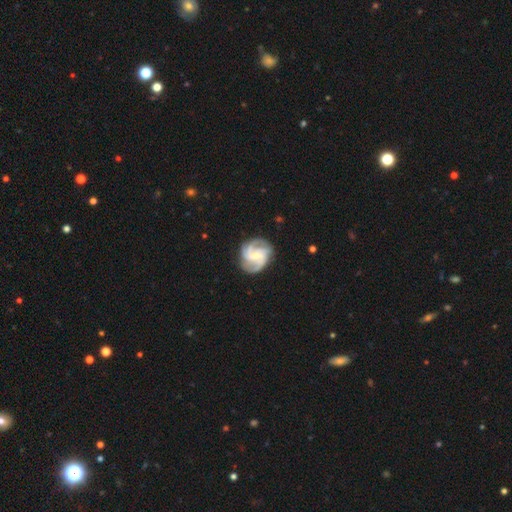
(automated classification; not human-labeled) smooth-or-featured: featured or disk: 86% | smooth: 9% | star or artifact: 5%
  disk-edge-on: no: 98% | yes: 2%
    bar: weak: 49% | no: 29% | strong: 22%
    has-spiral-arms: yes: 97% | no: 3%
      spiral-winding: medium: 47% | tight: 40% | loose: 13%
      spiral-arm-count: 3: 52% | 2: 21% | 4: 10% | can't tell: 9% | 1: 4% | more than 4: 4%
    bulge-size: small: 51% | moderate: 28% | none: 16% | large: 4% | dominant: 1%
  merging: none: 78% | minor disturbance: 15% | major disturbance: 6% | merger: 1%